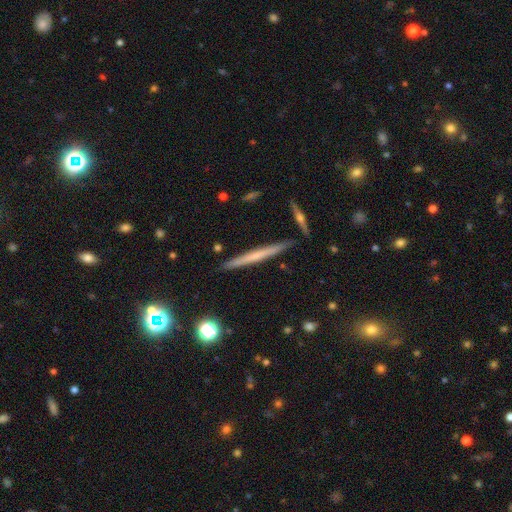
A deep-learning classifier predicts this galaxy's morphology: Smooth or featured: featured or disk — 51% (smooth — 41%)
Edge-on disk: yes — 97% (no — 3%)
Merging: none — 90% (minor disturbance — 7%)